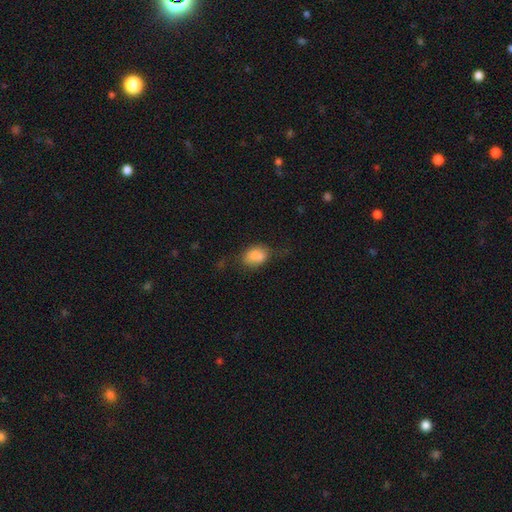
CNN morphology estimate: The model was most divided on "merging": none: 48%, minor disturbance: 31%, major disturbance: 16%, merger: 5%. More confident: smooth or featured — smooth (82%); how rounded — in between (76%).